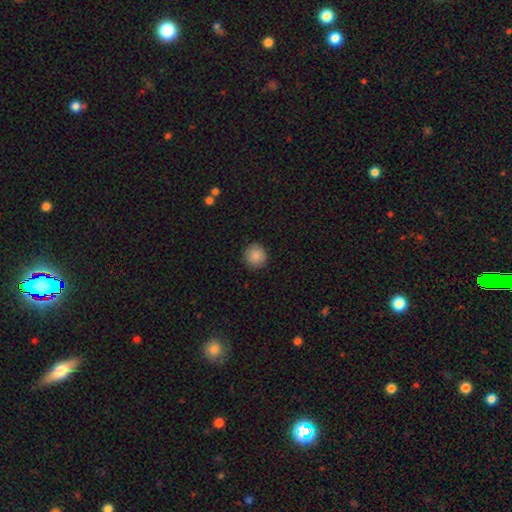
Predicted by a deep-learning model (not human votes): smooth 88%, star or artifact 9%, featured or disk 4%. Down the decision tree: how rounded — round (92%); merging — none (91%).